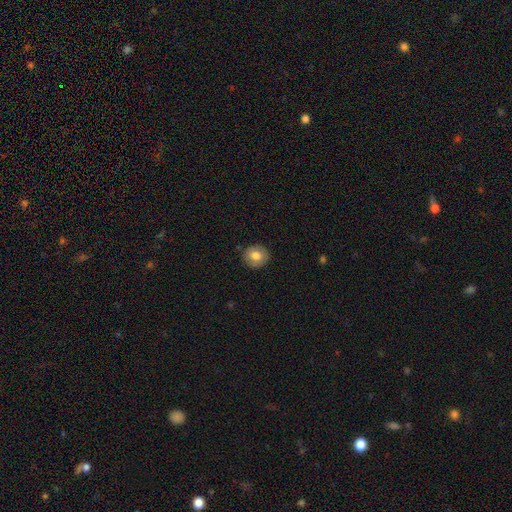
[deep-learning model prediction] Smooth or featured? smooth (74%)
How rounded? round (84%)
Merging? none (87%)